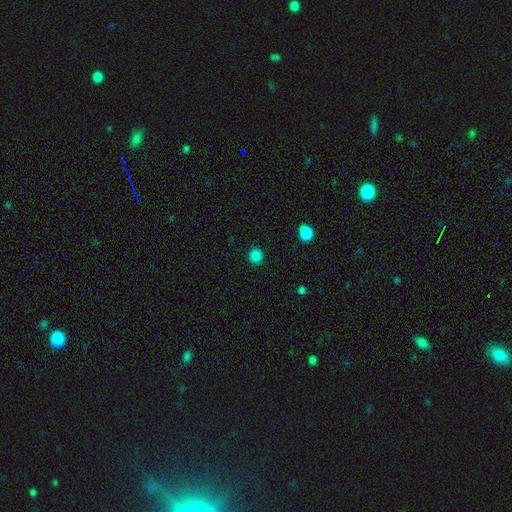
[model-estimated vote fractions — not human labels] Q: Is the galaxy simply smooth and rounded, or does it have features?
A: smooth — 85%.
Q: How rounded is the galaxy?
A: round — 86%.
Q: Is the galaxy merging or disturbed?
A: none — 91%.